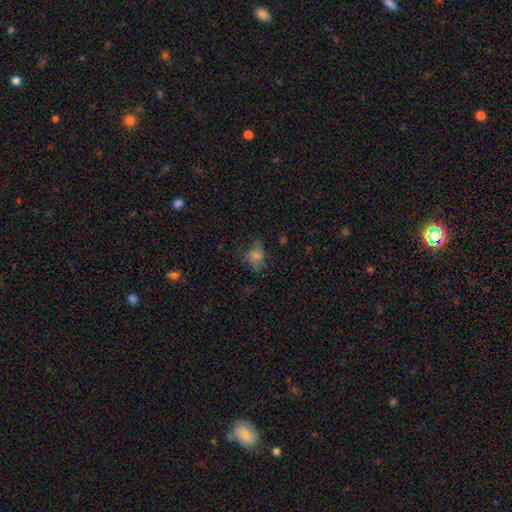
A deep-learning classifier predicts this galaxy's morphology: type=smooth (56%); roundness=in between (63%); merging=none (51%).